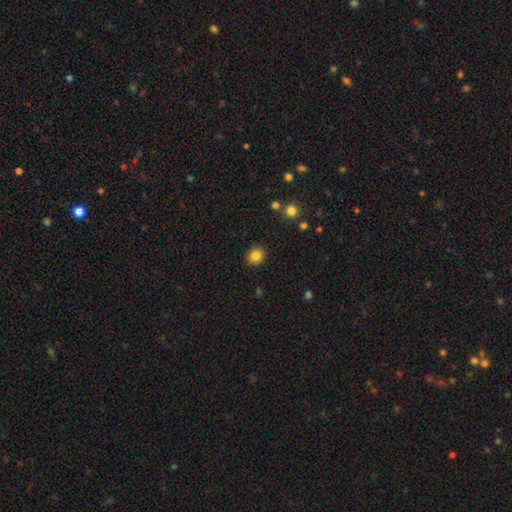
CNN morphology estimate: A smooth galaxy with no disk features (83%) that is round (72%). Merging: none (89%).